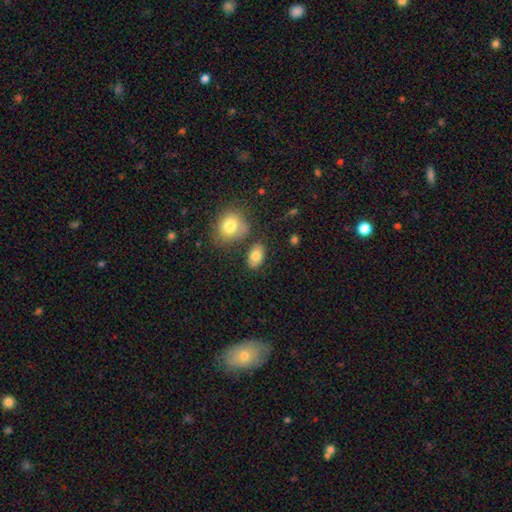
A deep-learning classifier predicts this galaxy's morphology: smooth 80%, featured or disk 12%, star or artifact 8%. Down the decision tree: how rounded — in between (85%); merging — none (77%).